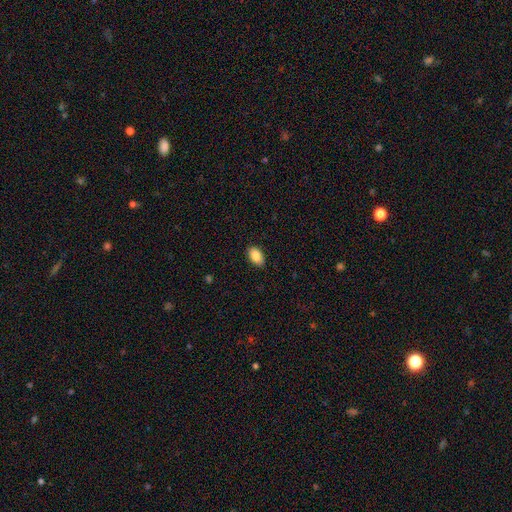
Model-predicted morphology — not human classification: type=smooth (85%); roundness=in between (90%); merging=none (88%).